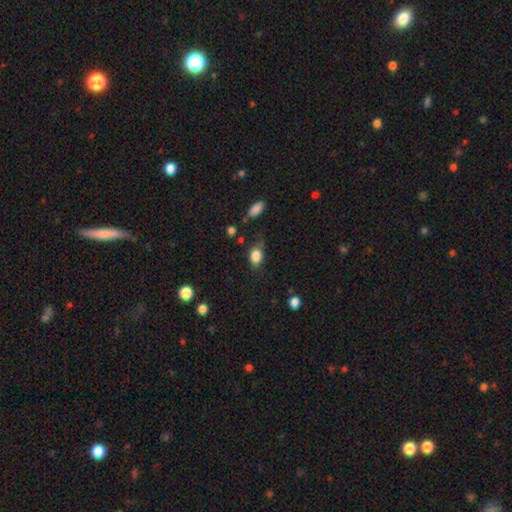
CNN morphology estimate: smooth-or-featured: smooth: 84% | star or artifact: 9% | featured or disk: 6%
  how-rounded: in between: 66% | round: 32% | cigar-shaped: 2%
  merging: none: 63% | minor disturbance: 26% | major disturbance: 7% | merger: 4%